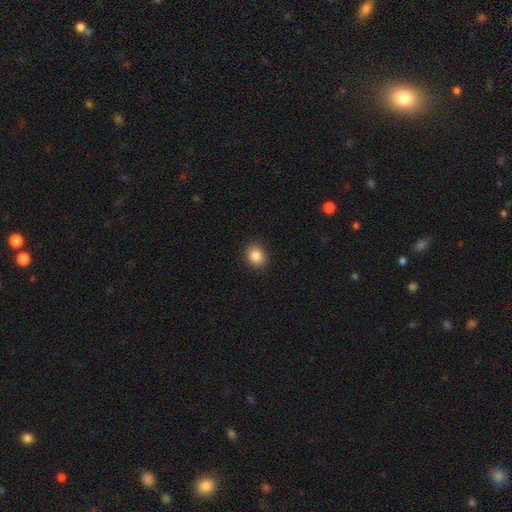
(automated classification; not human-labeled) The model was most divided on "how rounded": round: 69%, in between: 30%, cigar-shaped: 1%. More confident: merging — none (90%); smooth or featured — smooth (86%).